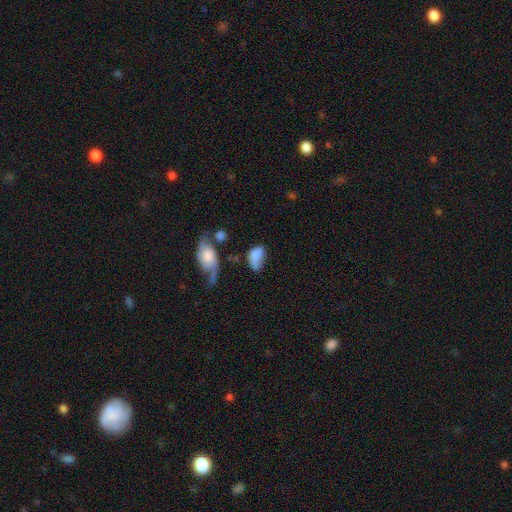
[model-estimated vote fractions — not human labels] Smooth or featured?
  - smooth: 74% *
  - featured or disk: 18%
  - star or artifact: 8%
How rounded?
  - in between: 90% *
  - round: 8%
  - cigar-shaped: 2%
Merging?
  - none: 33% *
  - minor disturbance: 32%
  - major disturbance: 24%
  - merger: 12%